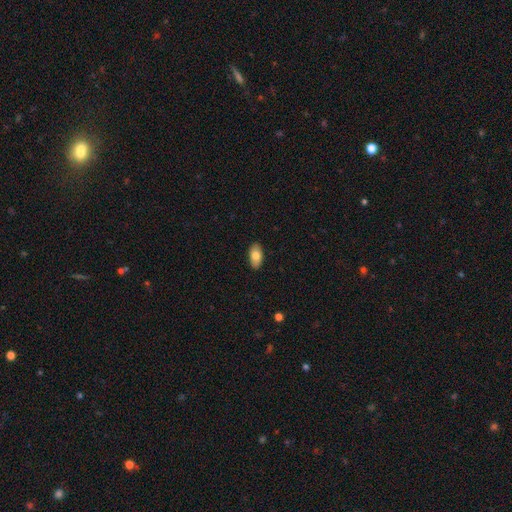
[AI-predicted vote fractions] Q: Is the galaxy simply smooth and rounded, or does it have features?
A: smooth — 79%.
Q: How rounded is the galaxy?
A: in between — 94%.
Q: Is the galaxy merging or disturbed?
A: none — 89%.